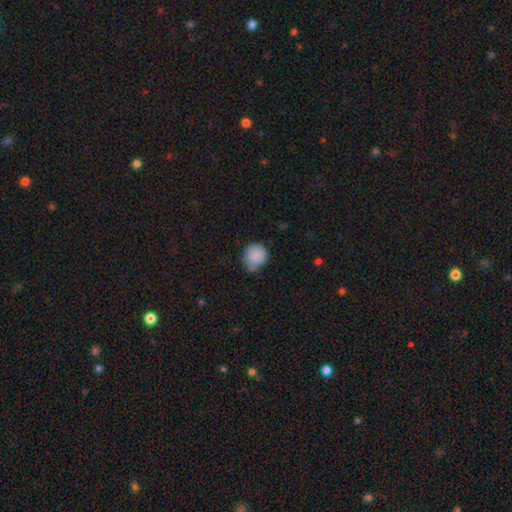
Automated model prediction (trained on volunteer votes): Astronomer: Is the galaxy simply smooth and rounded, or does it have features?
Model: smooth — 87%.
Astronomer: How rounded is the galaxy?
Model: round — 86%.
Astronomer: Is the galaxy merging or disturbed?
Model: none — 59%.